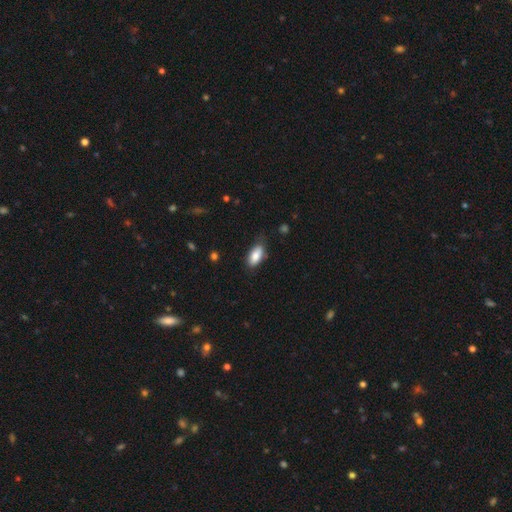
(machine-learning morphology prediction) A smooth galaxy with no disk features (84%) that is in between round and cigar-shaped (89%). Merging: none (72%).